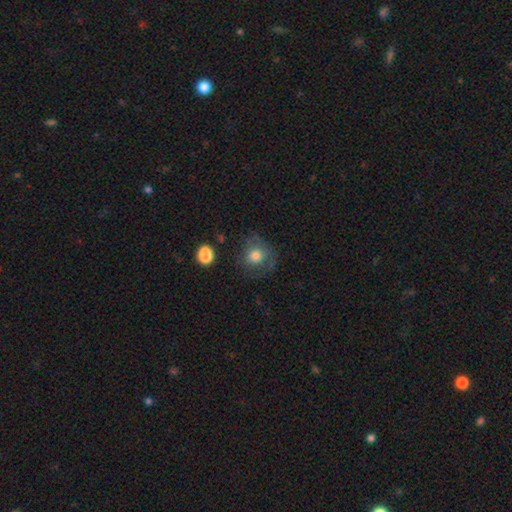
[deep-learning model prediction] Smooth or featured?
  - smooth: 71% *
  - featured or disk: 20%
  - star or artifact: 10%
How rounded?
  - round: 80% *
  - in between: 19%
  - cigar-shaped: 1%
Merging?
  - none: 56% *
  - minor disturbance: 22%
  - major disturbance: 19%
  - merger: 3%